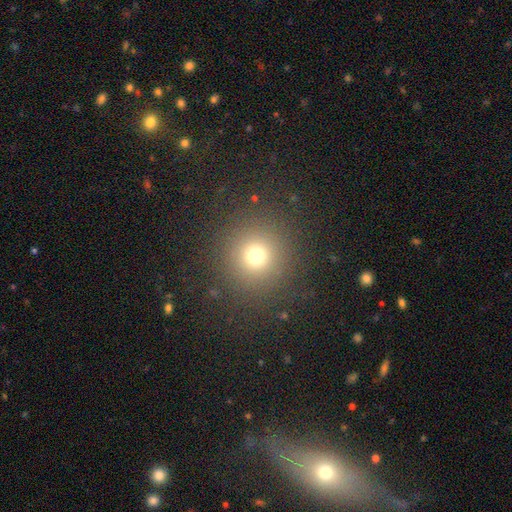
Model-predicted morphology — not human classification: Smooth or featured?
  - smooth: 73% *
  - star or artifact: 19%
  - featured or disk: 8%
How rounded?
  - round: 94% *
  - in between: 5%
  - cigar-shaped: 1%
Merging?
  - none: 88% *
  - minor disturbance: 7%
  - major disturbance: 4%
  - merger: 1%